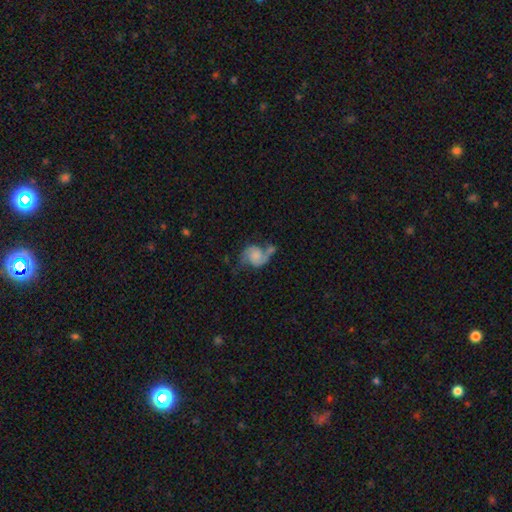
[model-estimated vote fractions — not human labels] Q: Smooth or featured?
A: featured or disk (70%); runner-up: smooth (22%)
Q: Edge-on disk?
A: no (98%); runner-up: yes (2%)
Q: Bar?
A: no (72%); runner-up: weak (24%)
Q: Spiral arms?
A: yes (92%); runner-up: no (8%)
Q: Spiral winding?
A: loose (46%); runner-up: medium (39%)
Q: Spiral arm count?
A: 2 (89%); runner-up: 1 (5%)
Q: Bulge size?
A: none (38%); runner-up: small (29%)
Q: Merging?
A: none (40%); runner-up: minor disturbance (22%)